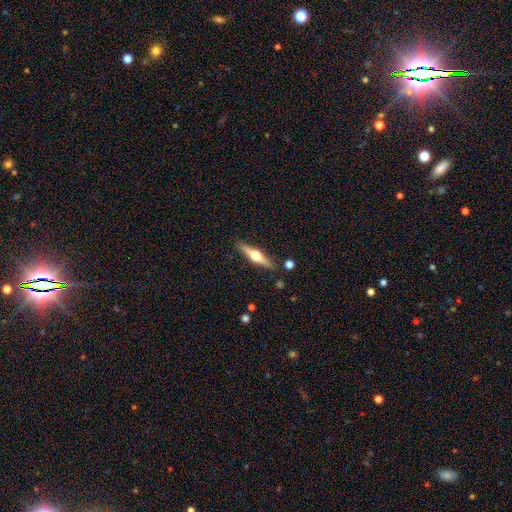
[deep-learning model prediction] This appears to be a featured or disk galaxy (67%) viewed edge-on (97%) with a rounded central bulge (96%). Merging: none (89%).